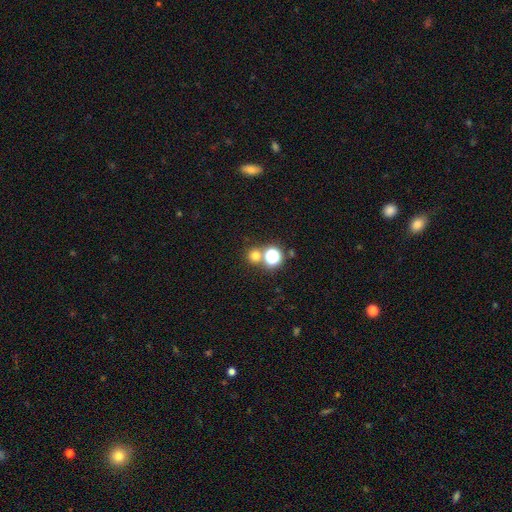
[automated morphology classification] Smooth or featured: smooth — 69% (star or artifact — 24%)
How rounded: round — 91% (in between — 8%)
Merging: none — 68% (merger — 23%)